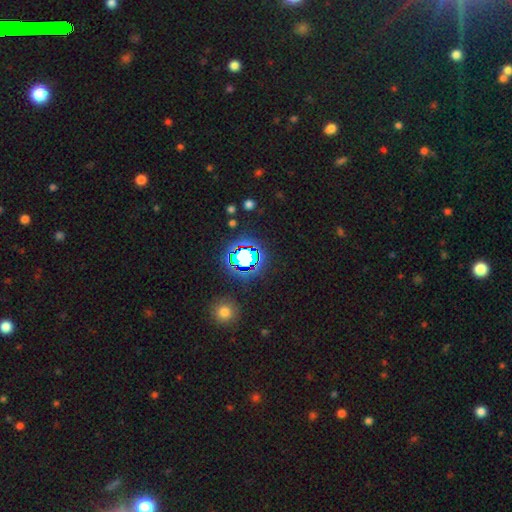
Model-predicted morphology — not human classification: This appears to be a star or artifact, not a galaxy (75%).